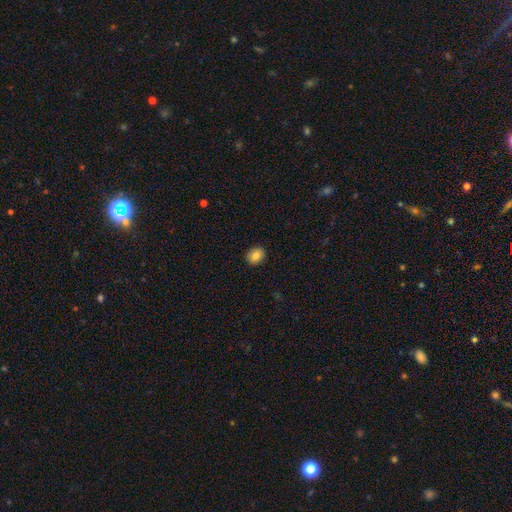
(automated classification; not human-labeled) smooth 82%, featured or disk 9%, star or artifact 9%. Down the decision tree: how rounded — in between (52%); merging — none (90%).